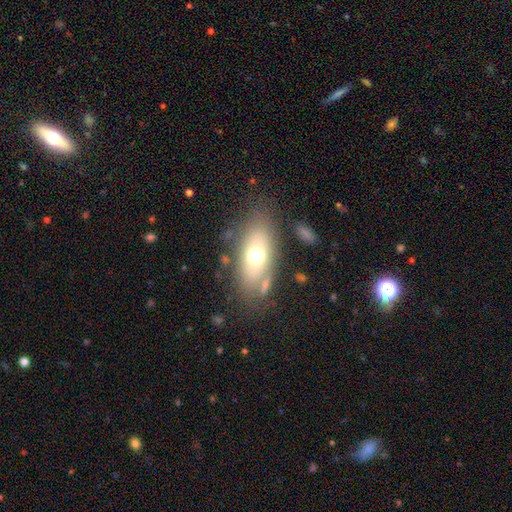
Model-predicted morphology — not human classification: Smooth or featured: smooth — 59% (featured or disk — 33%)
How rounded: in between — 84% (cigar-shaped — 9%)
Merging: none — 69% (minor disturbance — 17%)